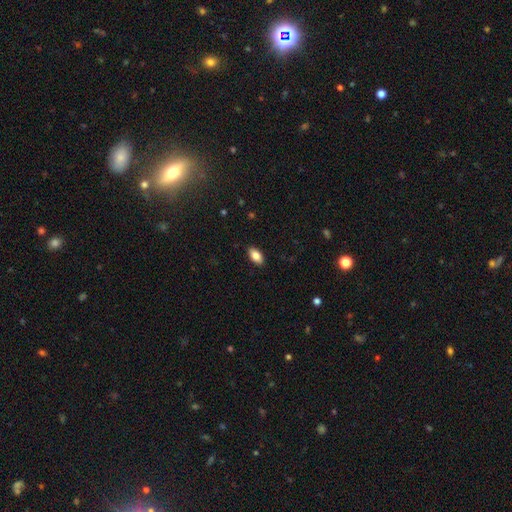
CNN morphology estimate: This appears to be a smooth galaxy with no disk features (84%) that is in between round and cigar-shaped (93%). Merging: none (89%).